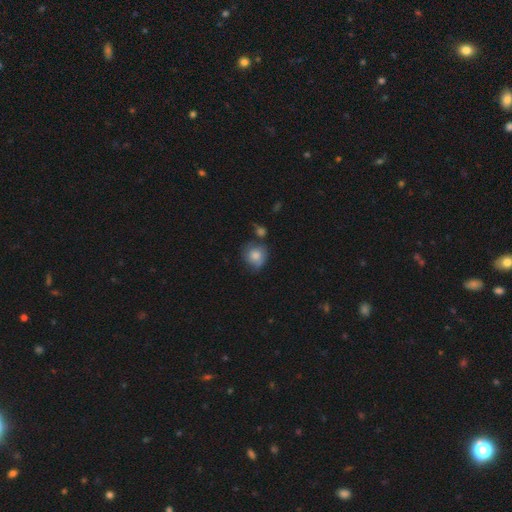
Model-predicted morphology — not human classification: Overall: smooth (77%). How rounded: round (80%). Merging: none (53%; minor disturbance 27%).